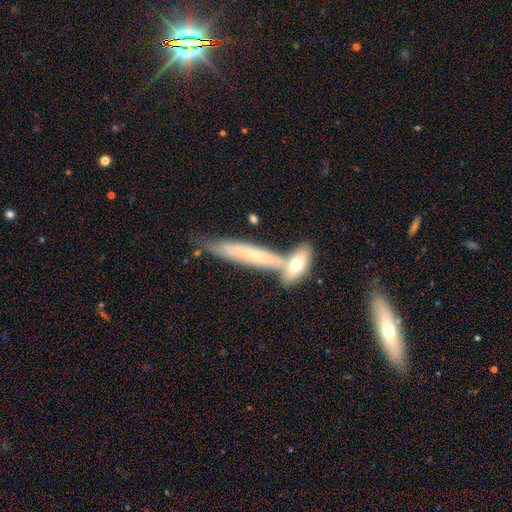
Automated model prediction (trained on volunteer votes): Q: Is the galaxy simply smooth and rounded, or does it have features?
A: featured or disk — 50%.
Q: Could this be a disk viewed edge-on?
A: yes — 81%.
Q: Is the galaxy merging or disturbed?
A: none — 55%.